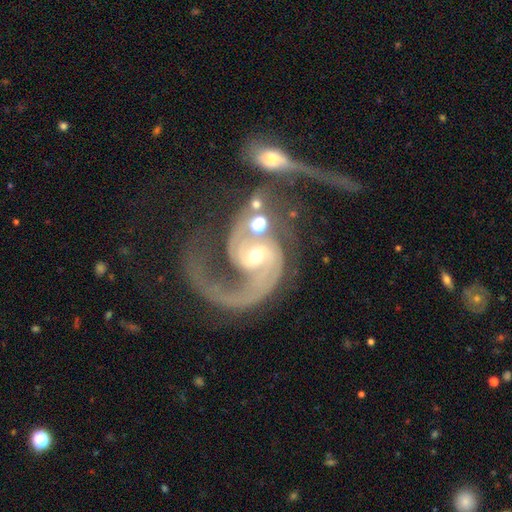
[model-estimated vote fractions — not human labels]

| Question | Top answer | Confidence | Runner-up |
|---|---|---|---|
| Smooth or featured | featured or disk | 90% | star or artifact (6%) |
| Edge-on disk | no | 98% | yes (2%) |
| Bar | no | 51% | weak (36%) |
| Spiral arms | yes | 97% | no (3%) |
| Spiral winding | medium | 47% | loose (34%) |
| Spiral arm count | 2 | 74% | 1 (14%) |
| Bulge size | moderate | 49% | small (45%) |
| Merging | none | 32% | major disturbance (31%) |